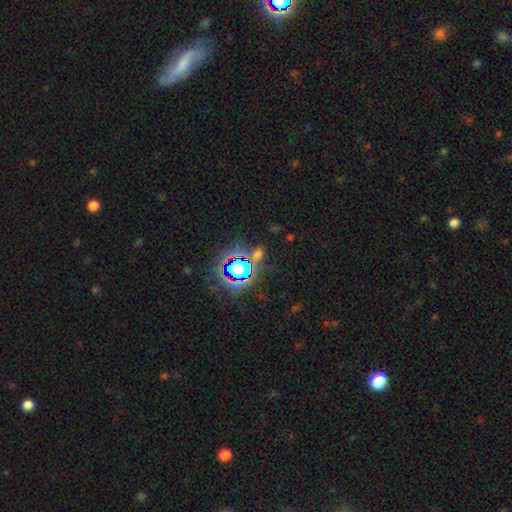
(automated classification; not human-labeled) Smooth or featured? Predicted: star or artifact (p=0.70).